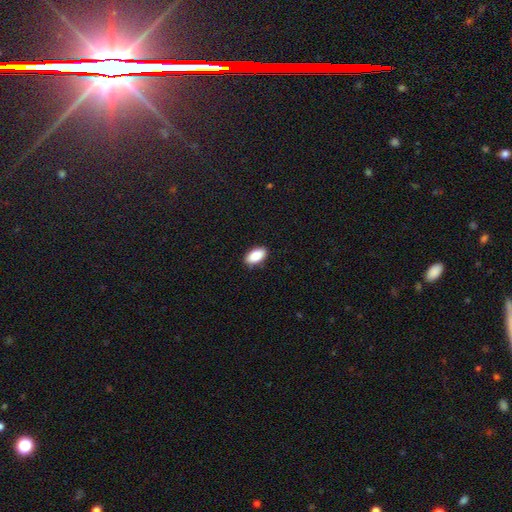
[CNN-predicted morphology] The model was most divided on "smooth or featured": smooth: 86%, star or artifact: 7%, featured or disk: 7%. More confident: how rounded — in between (93%); merging — none (89%).